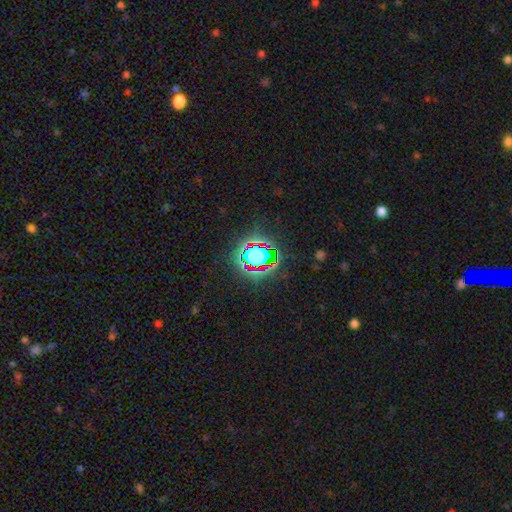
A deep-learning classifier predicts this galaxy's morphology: Q: Smooth or featured?
A: star or artifact (66%); runner-up: smooth (21%)